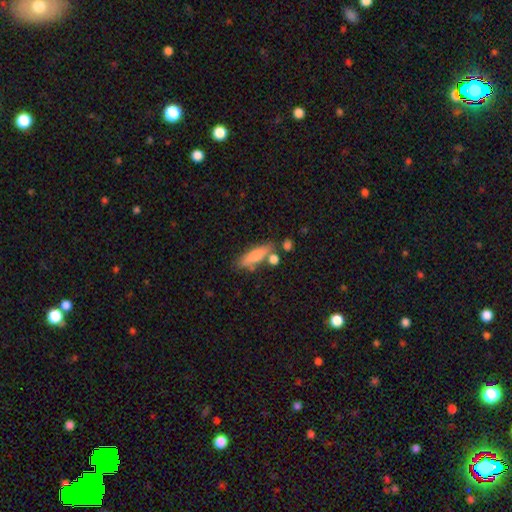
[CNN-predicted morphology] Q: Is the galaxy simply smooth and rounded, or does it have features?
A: smooth — 77%.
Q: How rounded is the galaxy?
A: cigar-shaped — 53%.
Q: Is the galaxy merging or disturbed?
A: none — 62%.